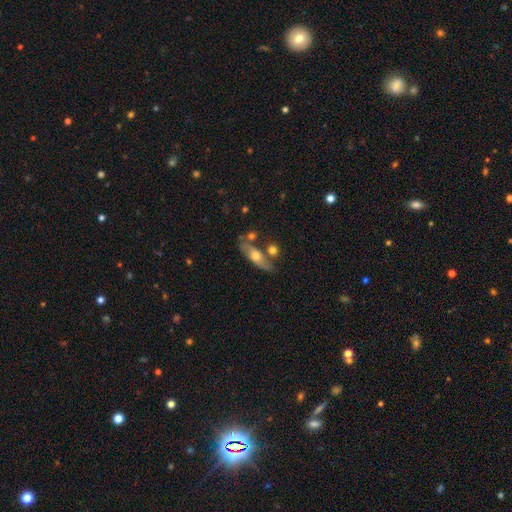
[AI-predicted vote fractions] Smooth or featured? featured or disk (48%)
Merging? none (66%)